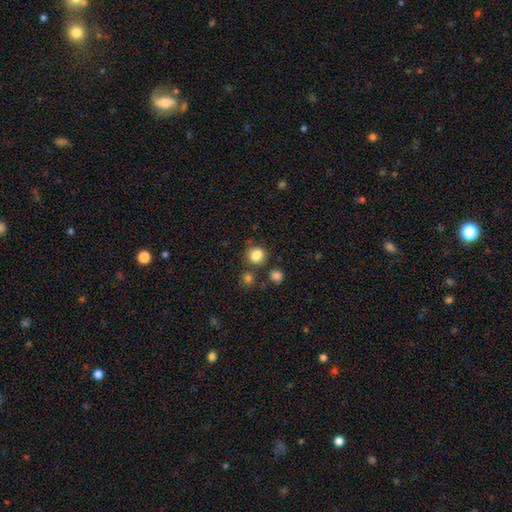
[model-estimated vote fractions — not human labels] smooth 84%, star or artifact 11%, featured or disk 5%. Down the decision tree: how rounded — round (79%); merging — none (74%).